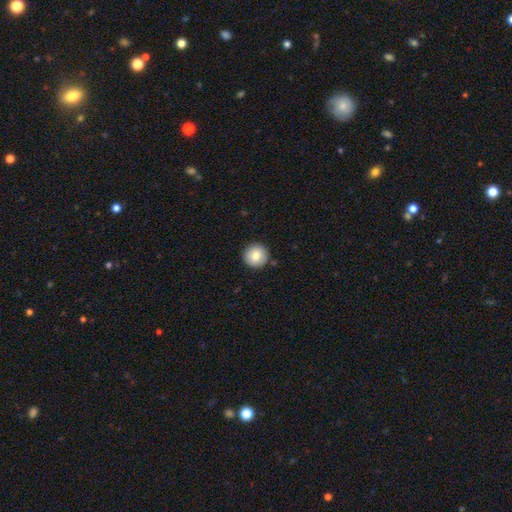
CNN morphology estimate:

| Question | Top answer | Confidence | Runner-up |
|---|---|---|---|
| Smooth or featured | smooth | 82% | featured or disk (10%) |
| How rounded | round | 95% | in between (4%) |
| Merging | none | 90% | minor disturbance (6%) |